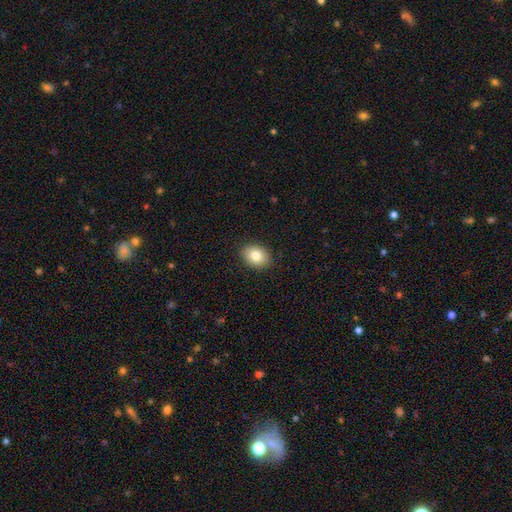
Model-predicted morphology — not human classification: The model was most divided on "how rounded": in between: 65%, round: 34%, cigar-shaped: 1%. More confident: merging — none (89%); smooth or featured — smooth (82%).